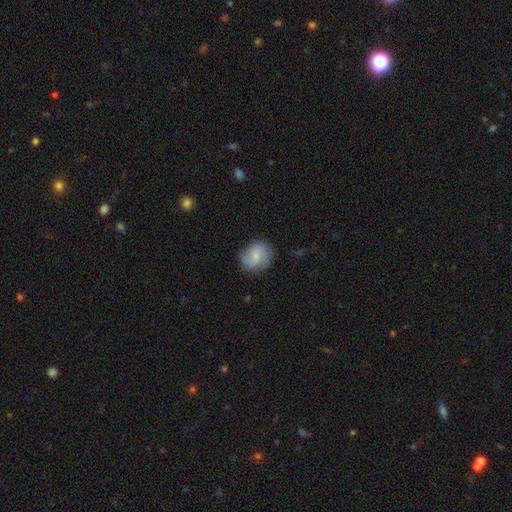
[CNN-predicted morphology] Smooth or featured: smooth — 50% (featured or disk — 43%)
How rounded: round — 76% (in between — 23%)
Merging: none — 80% (minor disturbance — 15%)